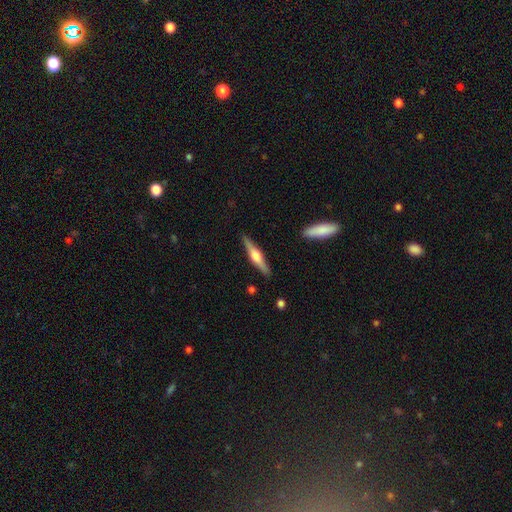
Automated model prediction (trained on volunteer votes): Smooth or featured?
  - featured or disk: 69% *
  - smooth: 26%
  - star or artifact: 5%
Edge-on disk?
  - yes: 98% *
  - no: 2%
Edge-on bulge?
  - rounded: 90% *
  - boxy: 7%
  - none: 3%
Merging?
  - none: 89% *
  - minor disturbance: 7%
  - major disturbance: 2%
  - merger: 2%